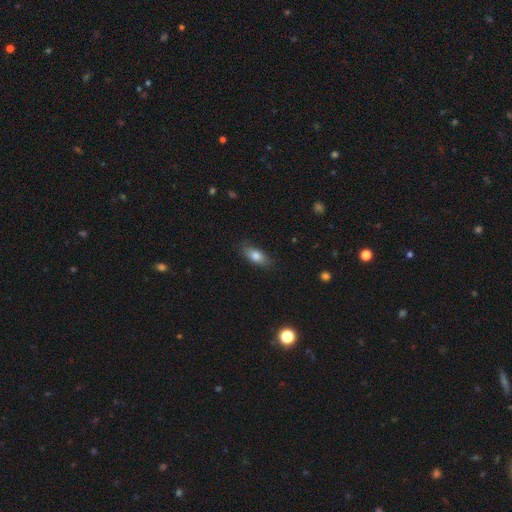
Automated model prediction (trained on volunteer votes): This appears to be a smooth galaxy with no disk features (78%) that is in between round and cigar-shaped (79%). Merging: none (84%).